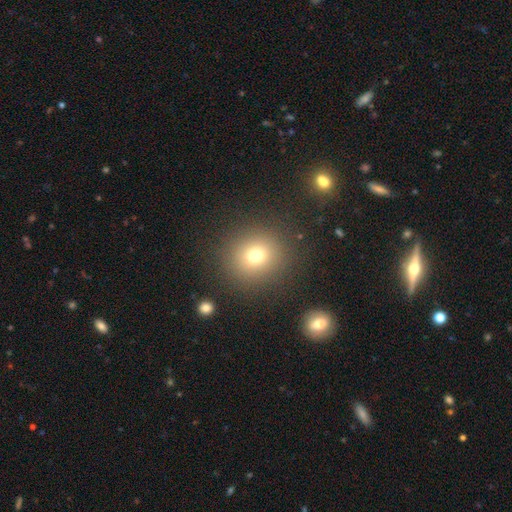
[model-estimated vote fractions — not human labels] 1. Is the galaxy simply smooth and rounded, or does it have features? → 73% smooth, 16% star or artifact, 11% featured or disk.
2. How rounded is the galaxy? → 87% round, 12% in between, 1% cigar-shaped.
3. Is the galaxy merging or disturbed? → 87% none, 7% minor disturbance, 4% major disturbance, 2% merger.